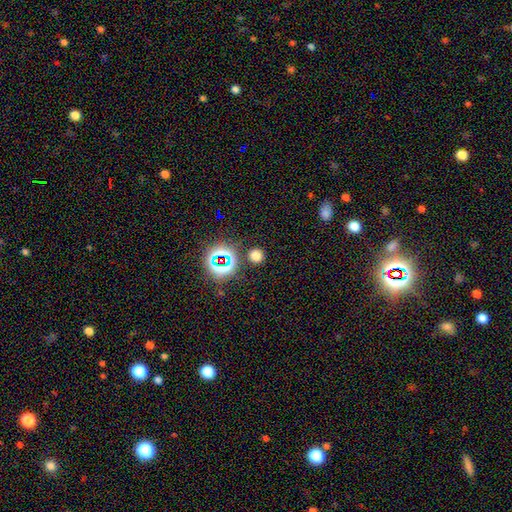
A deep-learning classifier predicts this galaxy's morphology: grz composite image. It shows a smooth galaxy with no disk features (67%) that is round (91%). Merging: none (86%).